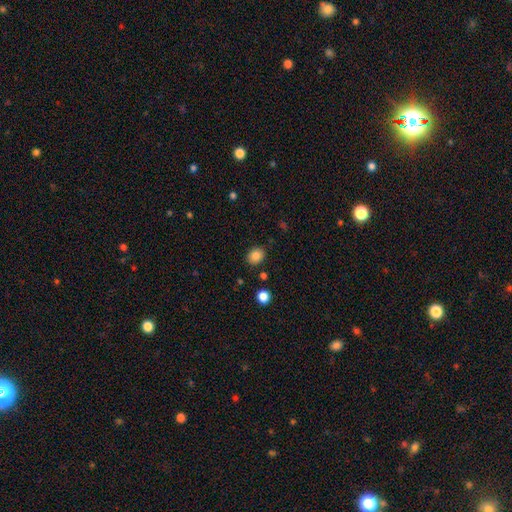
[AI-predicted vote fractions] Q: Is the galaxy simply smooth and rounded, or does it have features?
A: smooth — 84%.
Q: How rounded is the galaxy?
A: round — 57%.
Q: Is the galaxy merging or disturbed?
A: none — 86%.